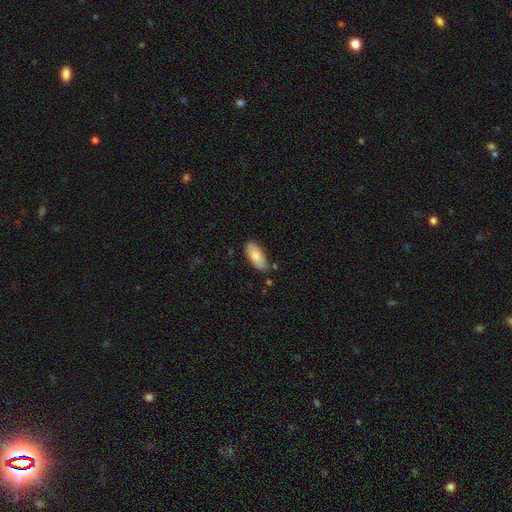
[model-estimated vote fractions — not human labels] Overall: smooth (82%). How rounded: in between (87%). Merging: none (79%).